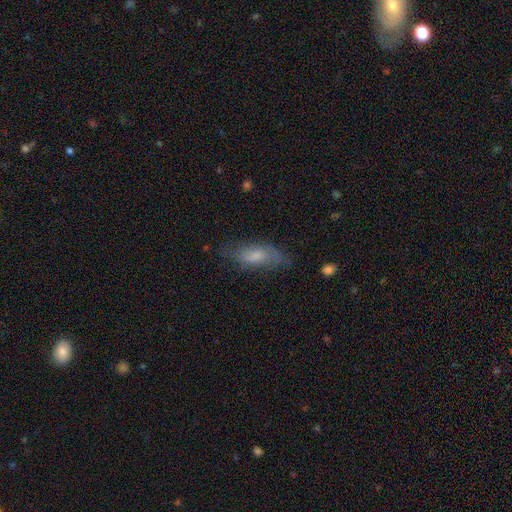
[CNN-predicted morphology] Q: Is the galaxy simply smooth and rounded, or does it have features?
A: smooth — 56%.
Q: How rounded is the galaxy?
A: in between — 70%.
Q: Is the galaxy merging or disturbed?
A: none — 66%.